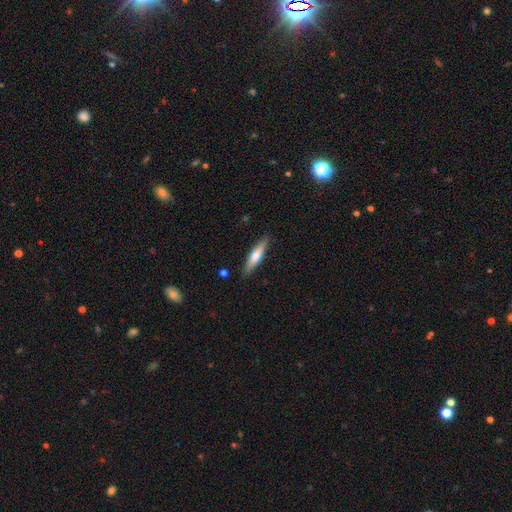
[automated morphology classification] smooth 53%, featured or disk 41%, star or artifact 6%. Down the decision tree: how rounded — cigar-shaped (79%); merging — none (88%).